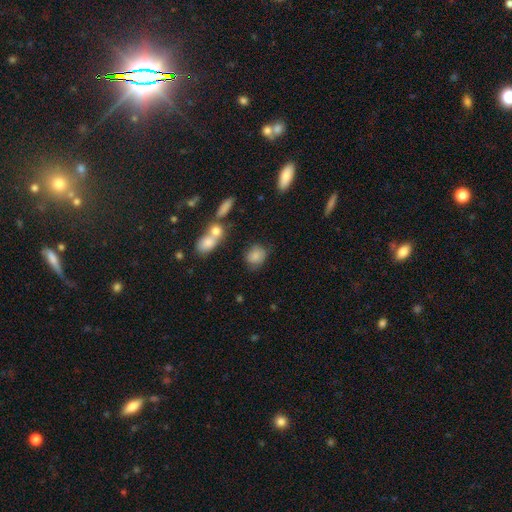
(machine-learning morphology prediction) The model was most divided on "how rounded": round: 62%, in between: 36%, cigar-shaped: 2%. More confident: smooth or featured — smooth (78%); merging — none (62%).